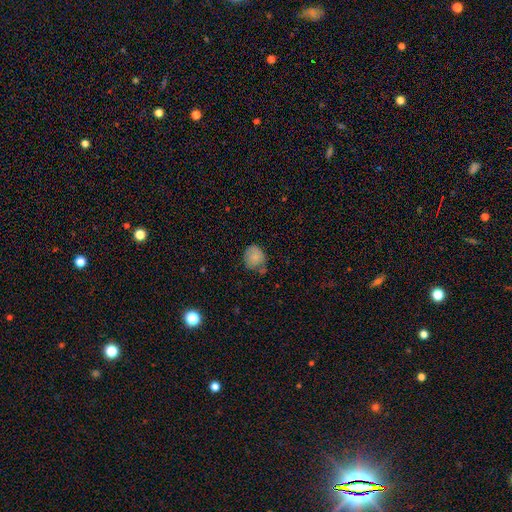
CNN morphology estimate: Smooth or featured? smooth (82%)
How rounded? round (72%)
Merging? none (60%)